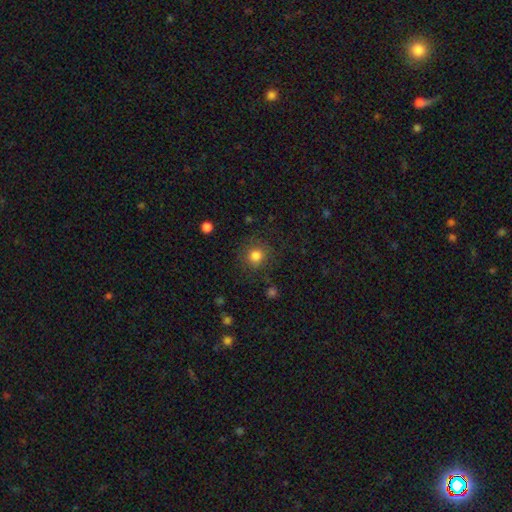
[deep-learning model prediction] Q: Smooth or featured?
A: smooth (82%); runner-up: star or artifact (12%)
Q: How rounded?
A: round (91%); runner-up: in between (8%)
Q: Merging?
A: none (84%); runner-up: minor disturbance (10%)